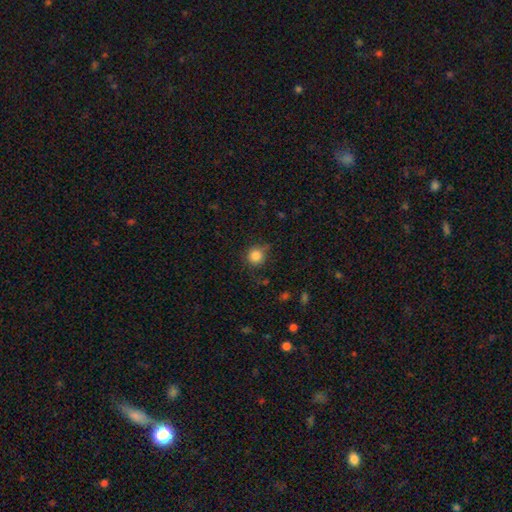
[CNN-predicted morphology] Q: Smooth or featured?
A: smooth (84%); runner-up: star or artifact (11%)
Q: How rounded?
A: round (94%); runner-up: in between (5%)
Q: Merging?
A: none (79%); runner-up: minor disturbance (14%)